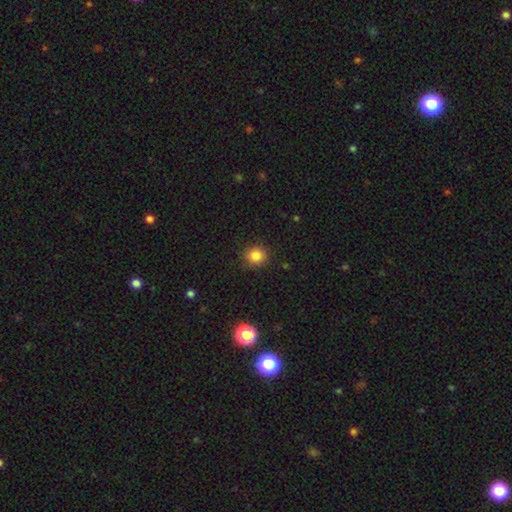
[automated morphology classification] Smooth or featured: smooth — 84% (star or artifact — 11%)
How rounded: round — 86% (in between — 13%)
Merging: none — 88% (minor disturbance — 8%)